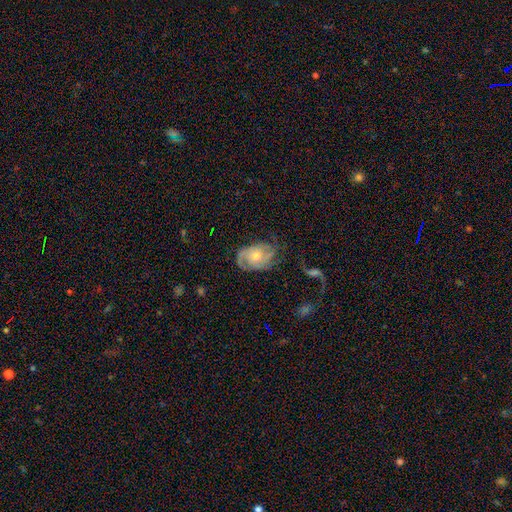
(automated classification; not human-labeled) Morphology: type=featured or disk (77%); edge-on=no (96%); bar=no (77%); spiral arms=yes (92%); winding=tight (52%); arm count=2 (29%); bulge=moderate (62%); merging=none (63%).